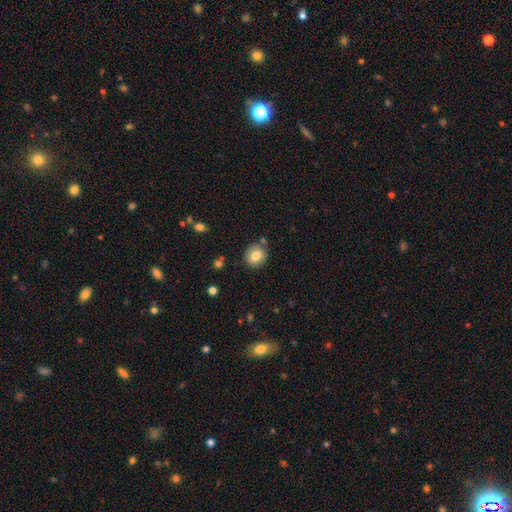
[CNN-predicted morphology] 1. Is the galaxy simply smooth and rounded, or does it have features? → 79% smooth, 12% featured or disk, 9% star or artifact.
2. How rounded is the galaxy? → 76% round, 23% in between, 1% cigar-shaped.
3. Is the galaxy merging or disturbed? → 79% none, 12% minor disturbance, 5% merger, 3% major disturbance.